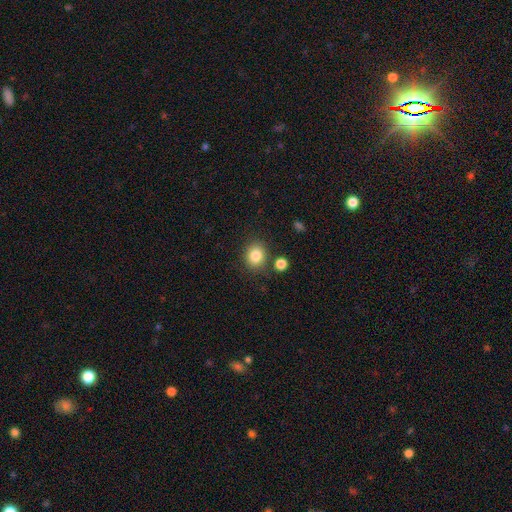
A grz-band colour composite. It shows a smooth galaxy with no disk features (84%) that is round (75%). Merging: none (83%).